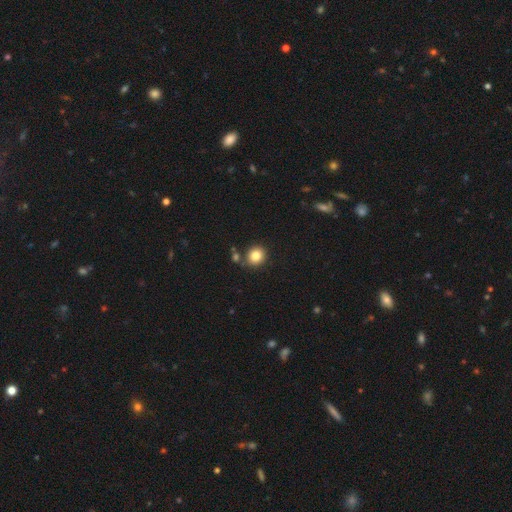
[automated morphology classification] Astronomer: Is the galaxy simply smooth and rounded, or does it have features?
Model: smooth — 84%.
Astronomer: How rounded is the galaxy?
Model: round — 81%.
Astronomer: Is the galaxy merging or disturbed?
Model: none — 78%.